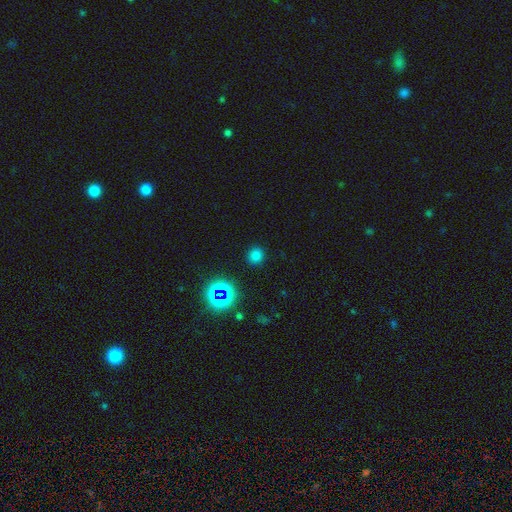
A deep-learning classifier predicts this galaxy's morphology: A smooth galaxy with no disk features (73%) that is round (90%). Merging: none (90%).